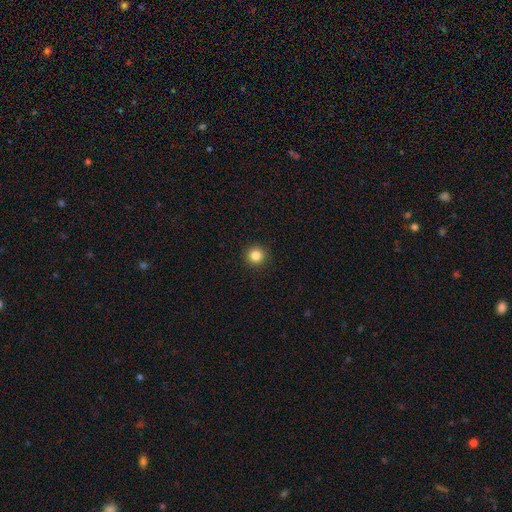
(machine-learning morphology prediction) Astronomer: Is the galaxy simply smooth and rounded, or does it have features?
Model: smooth — 84%.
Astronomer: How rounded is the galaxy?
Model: round — 96%.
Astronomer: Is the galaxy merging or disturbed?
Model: none — 93%.